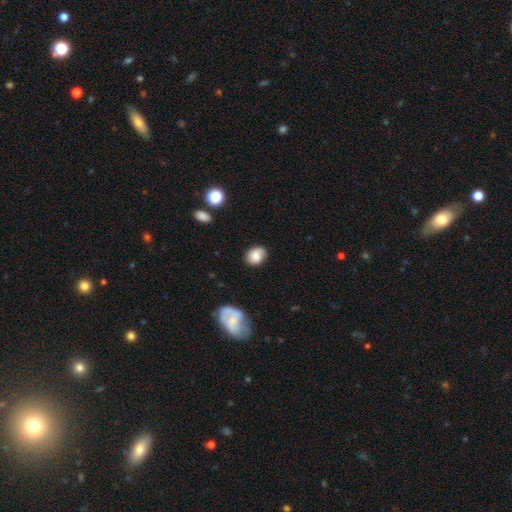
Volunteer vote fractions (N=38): This is likely a smooth galaxy (79%). How rounded: likely in between (63%). Merging: likely none (69%).